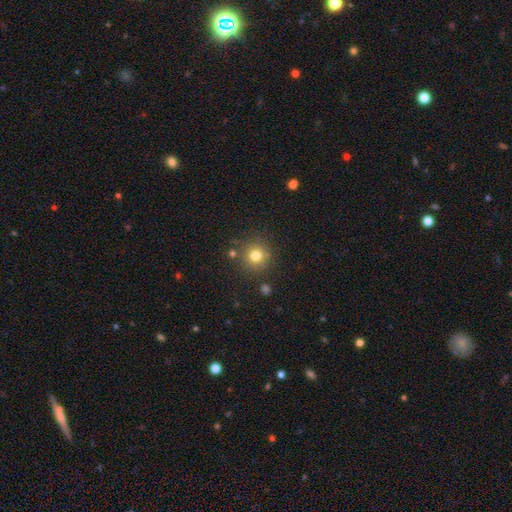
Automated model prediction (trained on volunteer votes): Smooth or featured? Predicted: smooth (p=0.78). How rounded? Predicted: round (p=0.93). Merging? Predicted: none (p=0.81).